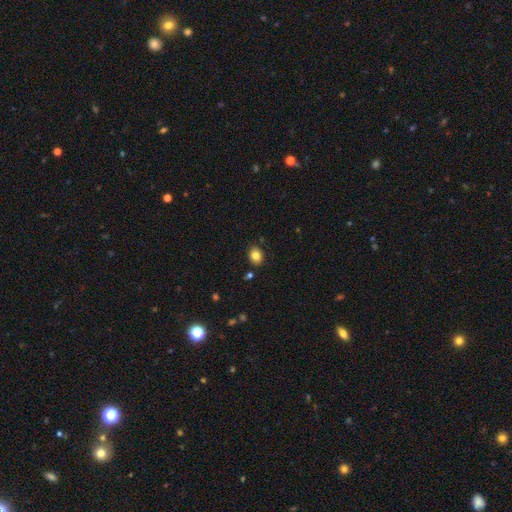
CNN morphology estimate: smooth_or_featured: smooth (p=0.83) [alt: star or artifact p=0.10]
how_rounded: in between (p=0.56) [alt: round p=0.43]
merging: none (p=0.85) [alt: minor disturbance p=0.11]